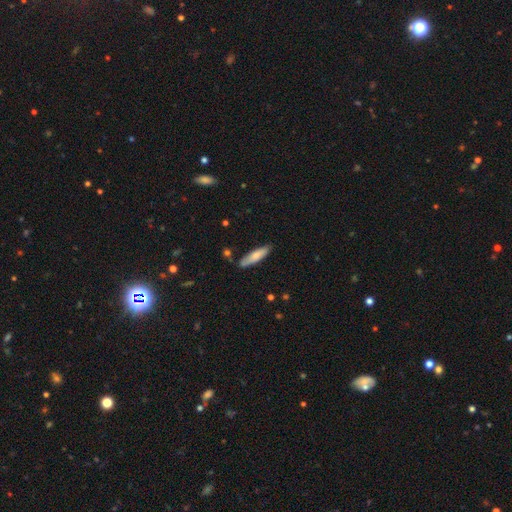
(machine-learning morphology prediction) Overall: smooth (75%). How rounded: cigar-shaped (71%). Merging: none (83%).